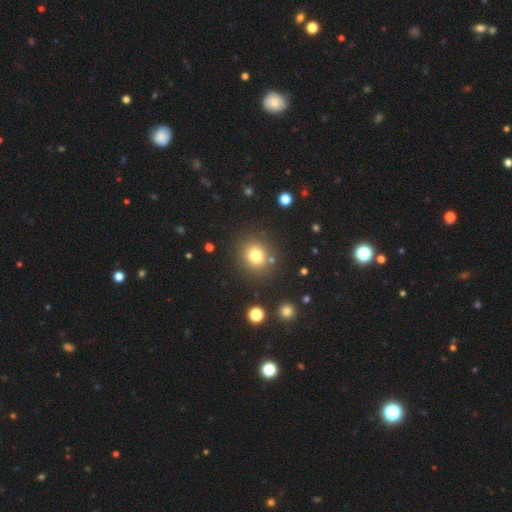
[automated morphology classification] Overall: smooth (78%). How rounded: round (82%). Merging: none (85%).